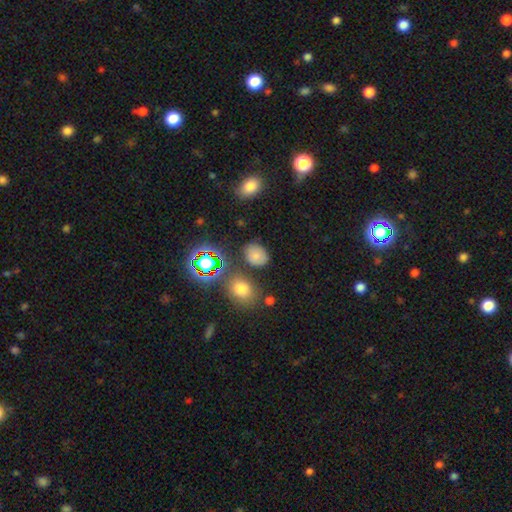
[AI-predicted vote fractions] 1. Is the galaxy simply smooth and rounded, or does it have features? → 71% smooth, 20% star or artifact, 9% featured or disk.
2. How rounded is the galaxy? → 56% in between, 43% round, 1% cigar-shaped.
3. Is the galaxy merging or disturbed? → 76% none, 15% minor disturbance, 5% merger, 4% major disturbance.